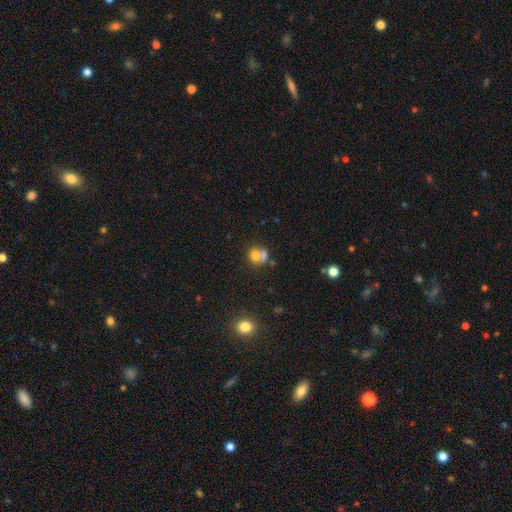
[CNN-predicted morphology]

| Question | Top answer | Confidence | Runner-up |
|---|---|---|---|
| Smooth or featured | smooth | 70% | featured or disk (17%) |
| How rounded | round | 72% | in between (27%) |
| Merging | merger | 51% | none (34%) |